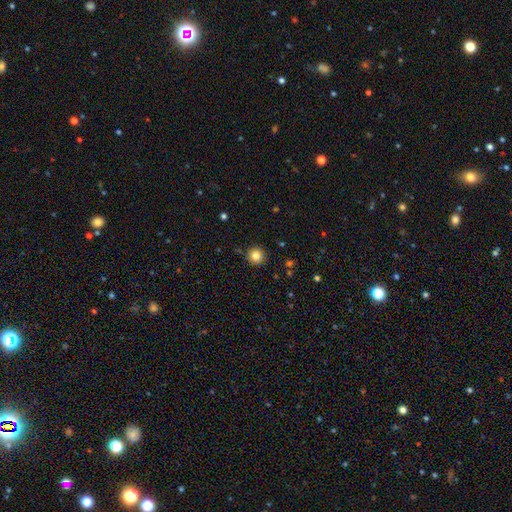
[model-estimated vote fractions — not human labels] Smooth or featured? Predicted: smooth (p=0.82). How rounded? Predicted: round (p=0.95). Merging? Predicted: none (p=0.91).